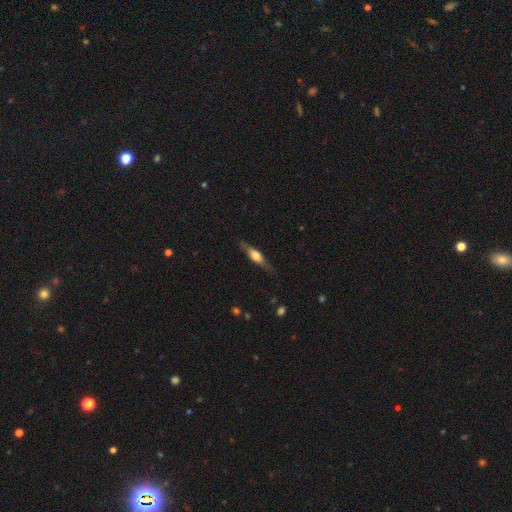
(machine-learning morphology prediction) Smooth or featured? Predicted: featured or disk (p=0.53). Edge-on disk? Predicted: yes (p=0.90). Merging? Predicted: none (p=0.80).